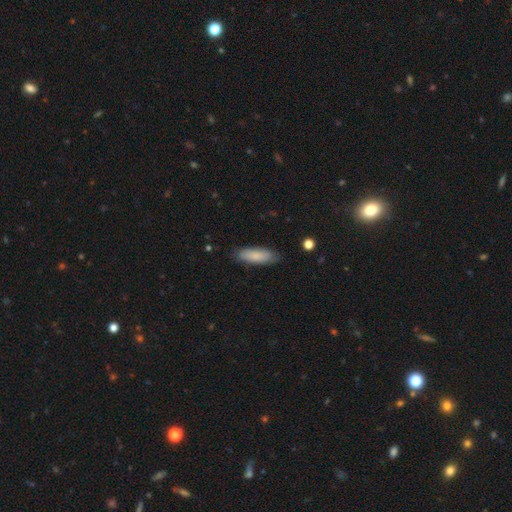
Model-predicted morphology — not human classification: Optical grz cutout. It shows a smooth galaxy with no disk features (82%) that is in between round and cigar-shaped (55%). Merging: none (81%).